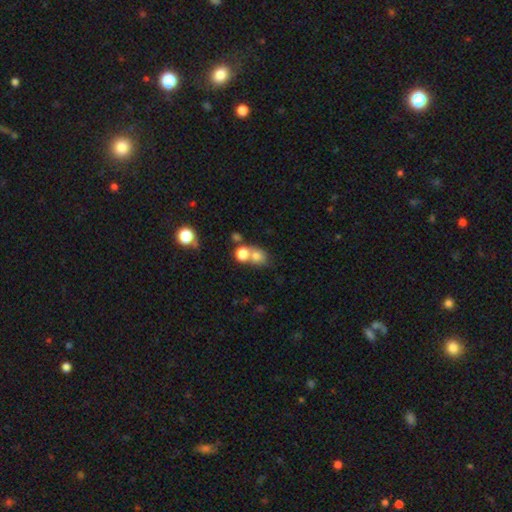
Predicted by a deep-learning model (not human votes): This is likely a smooth galaxy (74%). How rounded: likely round (66%). Merging: marginally merger (43%, tied with none).